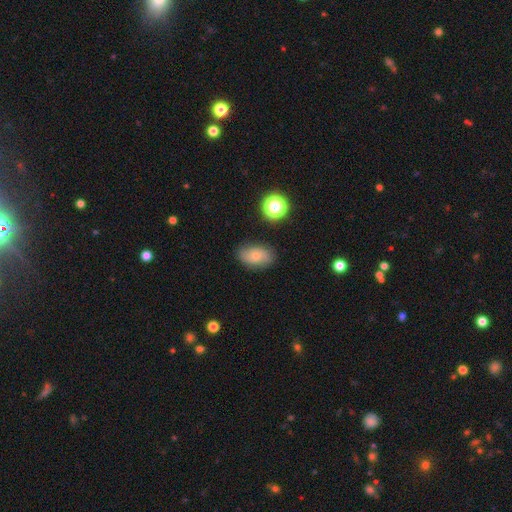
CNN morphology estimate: smooth_or_featured: smooth (p=0.61) [alt: featured or disk p=0.28]
how_rounded: in between (p=0.85) [alt: round p=0.13]
merging: none (p=0.80) [alt: minor disturbance p=0.15]